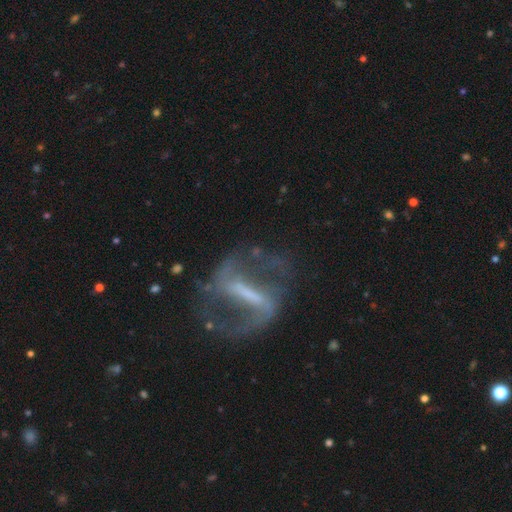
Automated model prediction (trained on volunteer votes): This appears to be a featured or disk galaxy (86%) with a strong bar (72%), 2 (89%) loose (45%) spiral arms (90%) and no central bulge (43%). Merging: none (70%).